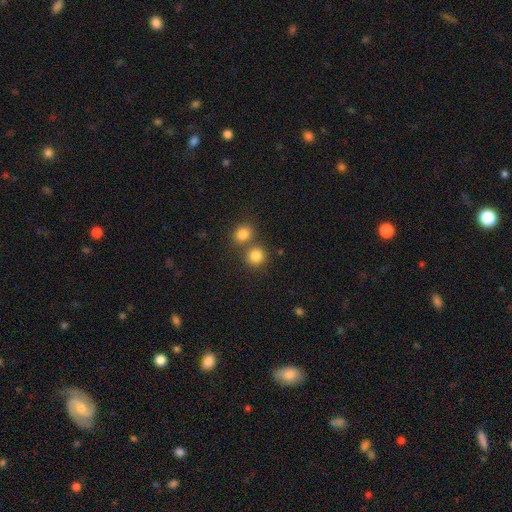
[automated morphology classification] Smooth or featured: smooth — 83% (star or artifact — 11%)
How rounded: round — 86% (in between — 13%)
Merging: none — 61% (merger — 29%)